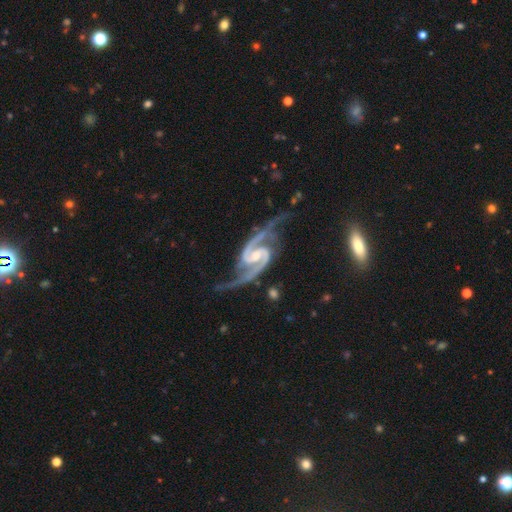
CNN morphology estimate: Overall: featured or disk (95%). Edge-on disk: no (98%). Bar: weak (49%; no 26%). Spiral arms: yes (99%). Spiral arm count: 2 (94%). Spiral winding: medium (56%; loose 28%). Bulge size: moderate (44%; small 38%). Merging: none (59%; minor disturbance 21%).